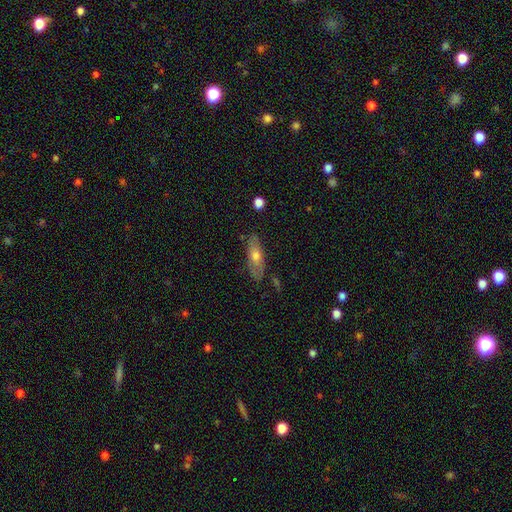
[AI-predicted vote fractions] Smooth or featured?
  - smooth: 50% *
  - featured or disk: 43%
  - star or artifact: 7%
How rounded?
  - in between: 61% *
  - cigar-shaped: 36%
  - round: 3%
Merging?
  - none: 76% *
  - minor disturbance: 17%
  - major disturbance: 4%
  - merger: 2%